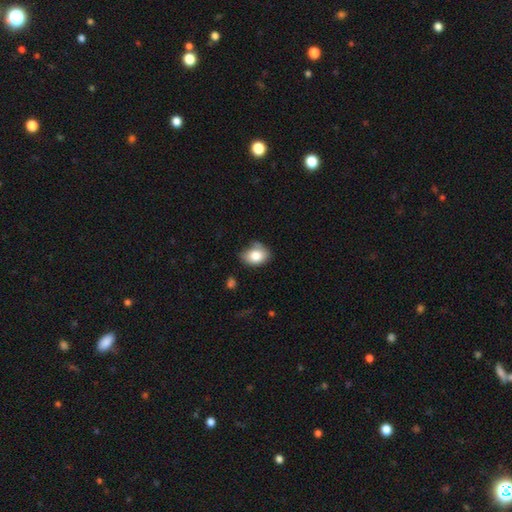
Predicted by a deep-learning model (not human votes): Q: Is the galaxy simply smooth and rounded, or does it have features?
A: smooth — 81%.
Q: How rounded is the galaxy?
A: in between — 70%.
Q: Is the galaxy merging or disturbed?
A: none — 53%.